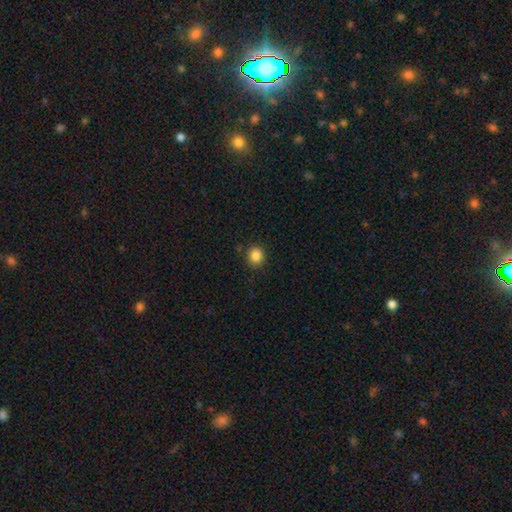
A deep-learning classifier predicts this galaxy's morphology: Q: Smooth or featured?
A: smooth (86%); runner-up: star or artifact (11%)
Q: How rounded?
A: round (84%); runner-up: in between (15%)
Q: Merging?
A: none (89%); runner-up: minor disturbance (8%)